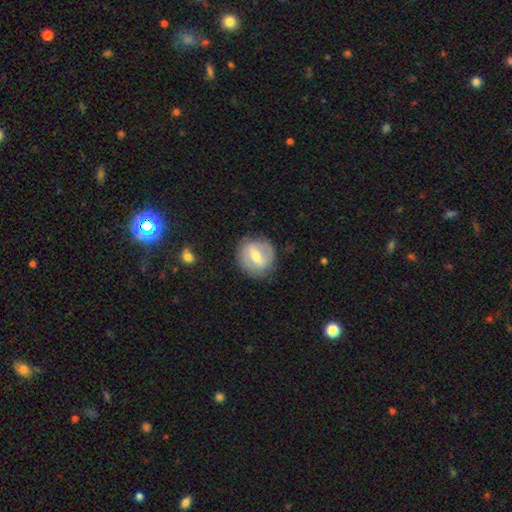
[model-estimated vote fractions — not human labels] A featured or disk galaxy (59%) with a weak bar (46%), spiral arms (62%) and a moderate central bulge (58%).

Vote fractions:
- Smooth or featured? featured or disk: 59% / smooth: 34% / star or artifact: 7%
- Edge-on disk? no: 95% / yes: 5%
- Bar? weak: 46% / strong: 40% / no: 14%
- Spiral arms? yes: 62% / no: 38%
- Bulge size? moderate: 58% / small: 37% / large: 3% / none: 1% / dominant: 1%
- Merging? none: 81% / minor disturbance: 13% / major disturbance: 5% / merger: 1%